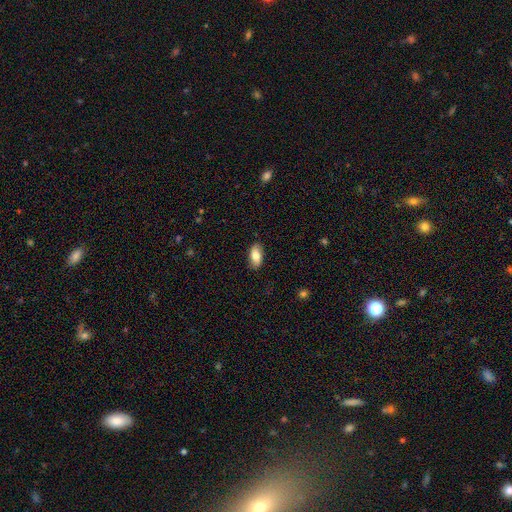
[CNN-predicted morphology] Q: Smooth or featured?
A: smooth (77%); runner-up: featured or disk (17%)
Q: How rounded?
A: in between (91%); runner-up: cigar-shaped (5%)
Q: Merging?
A: none (85%); runner-up: minor disturbance (12%)